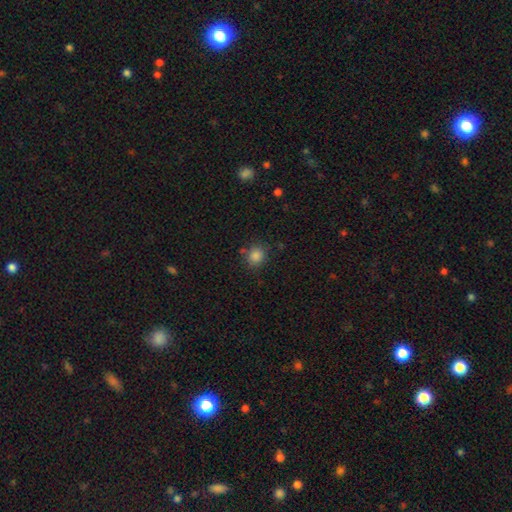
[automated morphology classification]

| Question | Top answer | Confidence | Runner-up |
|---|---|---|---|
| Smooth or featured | smooth | 85% | star or artifact (11%) |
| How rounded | round | 82% | in between (17%) |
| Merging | none | 80% | minor disturbance (12%) |